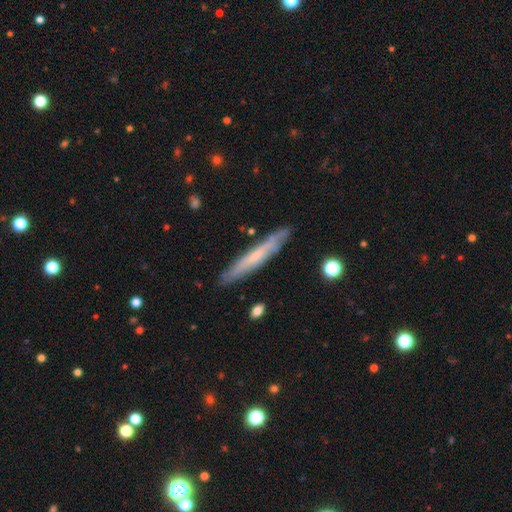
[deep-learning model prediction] featured or disk 47%, smooth 46%, star or artifact 6%. Down the decision tree: merging — none (84%).